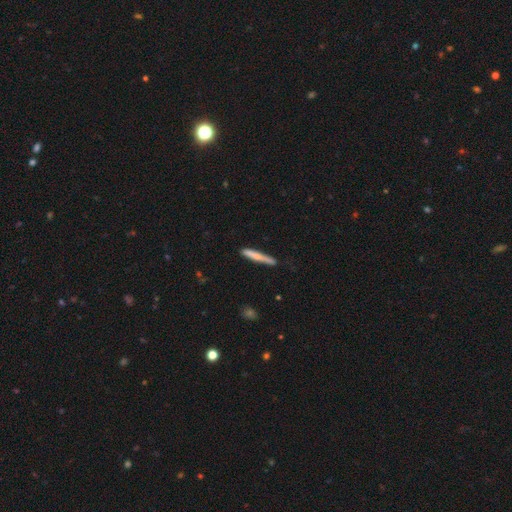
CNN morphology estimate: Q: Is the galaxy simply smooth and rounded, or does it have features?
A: smooth — 67%.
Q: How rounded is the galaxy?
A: cigar-shaped — 95%.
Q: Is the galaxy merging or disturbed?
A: none — 81%.